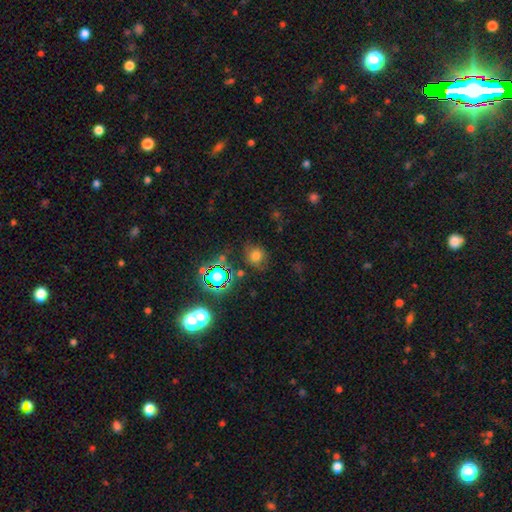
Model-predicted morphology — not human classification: A smooth galaxy with no disk features (67%) that is round (78%).

Vote fractions:
- Smooth or featured? smooth: 67% / star or artifact: 24% / featured or disk: 9%
- How rounded? round: 78% / in between: 21% / cigar-shaped: 1%
- Merging? none: 73% / minor disturbance: 17% / major disturbance: 7% / merger: 4%